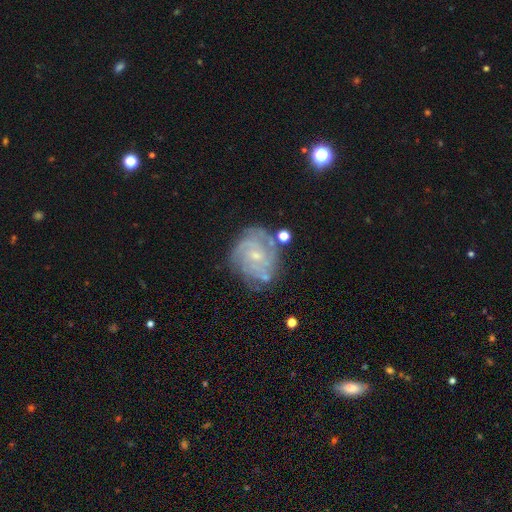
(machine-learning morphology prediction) Smooth or featured?
  - featured or disk: 81% *
  - smooth: 11%
  - star or artifact: 8%
Edge-on disk?
  - no: 98% *
  - yes: 2%
Bar?
  - no: 61% *
  - weak: 34%
  - strong: 5%
Spiral arms?
  - yes: 93% *
  - no: 7%
Spiral winding?
  - tight: 64% *
  - medium: 29%
  - loose: 7%
Spiral arm count?
  - can't tell: 34% *
  - 3: 21%
  - 4: 19%
  - 2: 14%
  - more than 4: 7%
  - 1: 6%
Bulge size?
  - small: 71% *
  - moderate: 23%
  - none: 4%
  - large: 1%
  - dominant: 1%
Merging?
  - none: 68% *
  - minor disturbance: 20%
  - major disturbance: 8%
  - merger: 4%